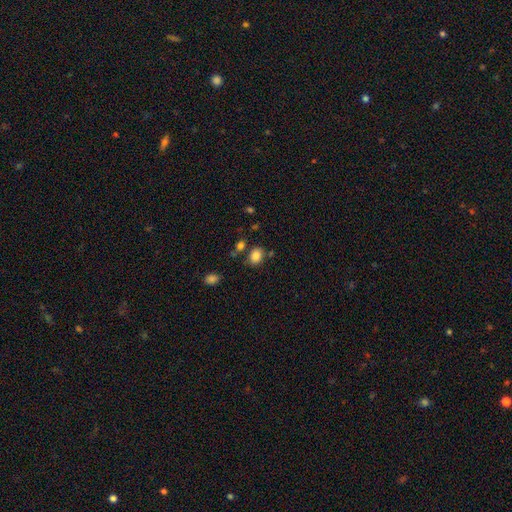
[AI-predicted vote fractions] Smooth or featured?
  - smooth: 84% *
  - star or artifact: 10%
  - featured or disk: 5%
How rounded?
  - in between: 59% *
  - round: 40%
  - cigar-shaped: 1%
Merging?
  - none: 75% *
  - minor disturbance: 13%
  - merger: 8%
  - major disturbance: 4%